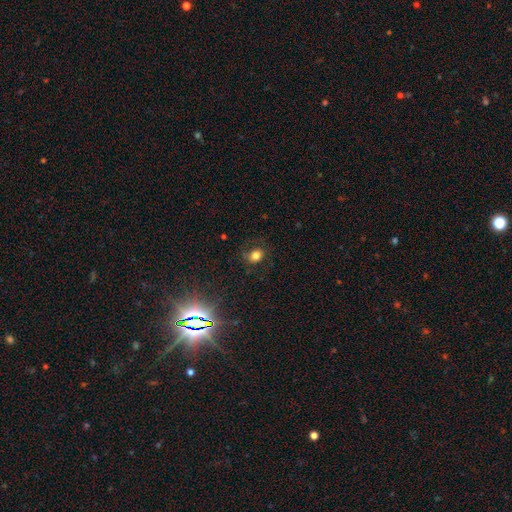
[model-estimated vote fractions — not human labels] Smooth or featured?
  - smooth: 70% *
  - star or artifact: 16%
  - featured or disk: 14%
How rounded?
  - round: 64% *
  - in between: 35%
  - cigar-shaped: 1%
Merging?
  - none: 68% *
  - minor disturbance: 19%
  - major disturbance: 12%
  - merger: 2%